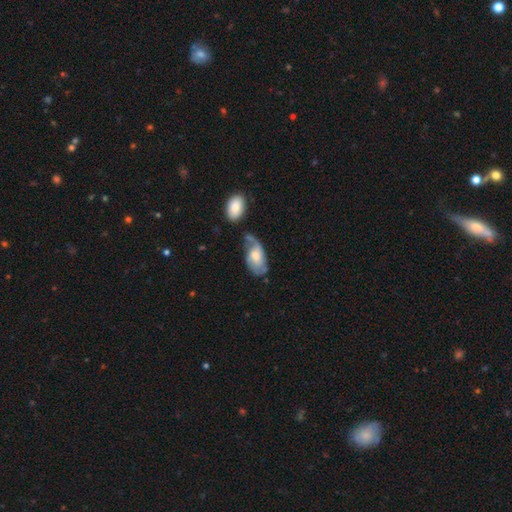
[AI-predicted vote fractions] Morphology: type=featured or disk (53%); edge-on=no (94%); merging=none (35%).